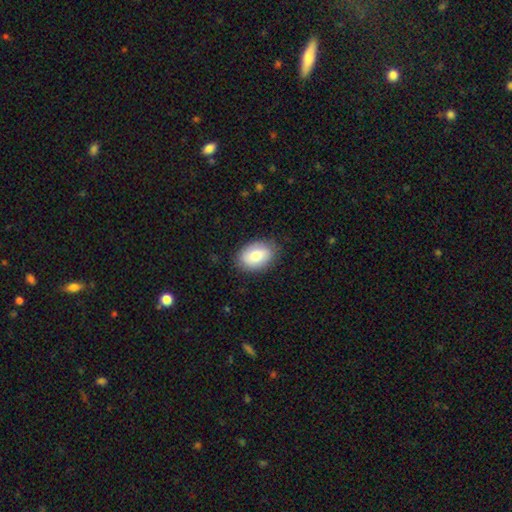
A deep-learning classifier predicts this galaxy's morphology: A smooth galaxy with no disk features (76%) that is in between round and cigar-shaped (84%).

Vote fractions:
- Smooth or featured? smooth: 76% / featured or disk: 17% / star or artifact: 7%
- How rounded? in between: 84% / round: 15% / cigar-shaped: 1%
- Merging? none: 82% / minor disturbance: 14% / major disturbance: 3% / merger: 1%